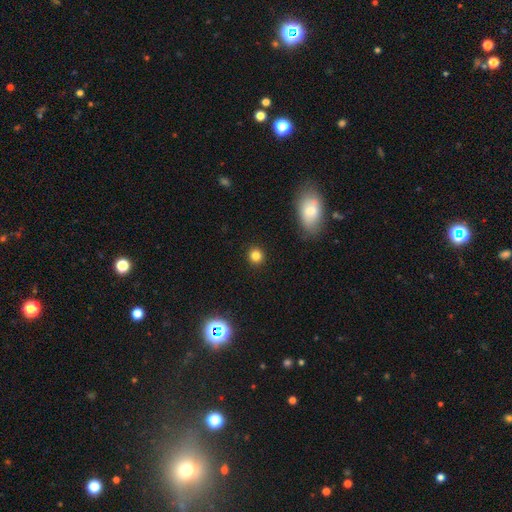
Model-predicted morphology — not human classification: Smooth or featured? smooth (82%)
How rounded? round (90%)
Merging? none (91%)